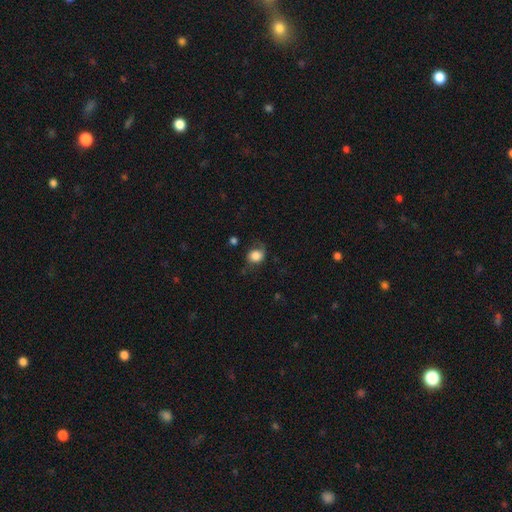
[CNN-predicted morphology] smooth-or-featured: smooth: 75% | featured or disk: 16% | star or artifact: 9%
  how-rounded: round: 62% | in between: 37% | cigar-shaped: 1%
  merging: none: 52% | minor disturbance: 29% | major disturbance: 17% | merger: 2%